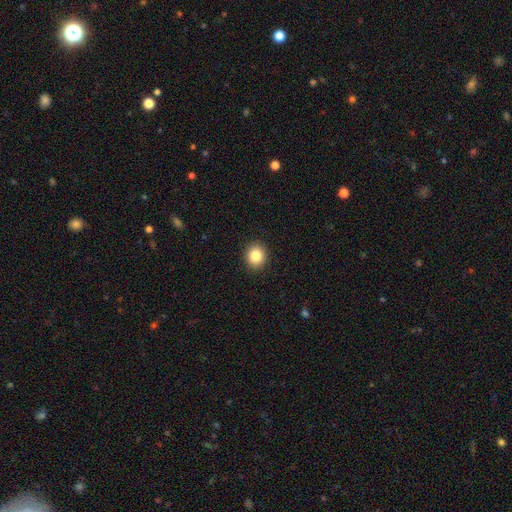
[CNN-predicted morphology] smooth-or-featured: smooth: 86% | star or artifact: 9% | featured or disk: 5%
  how-rounded: round: 79% | in between: 20% | cigar-shaped: 1%
  merging: none: 91% | minor disturbance: 6% | major disturbance: 2% | merger: 1%